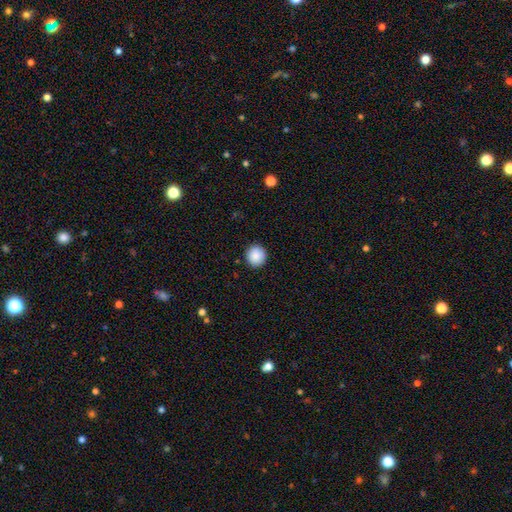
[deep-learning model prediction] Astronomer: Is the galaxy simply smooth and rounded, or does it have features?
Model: smooth — 89%.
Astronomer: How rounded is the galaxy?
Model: round — 92%.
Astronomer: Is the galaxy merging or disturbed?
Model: none — 92%.